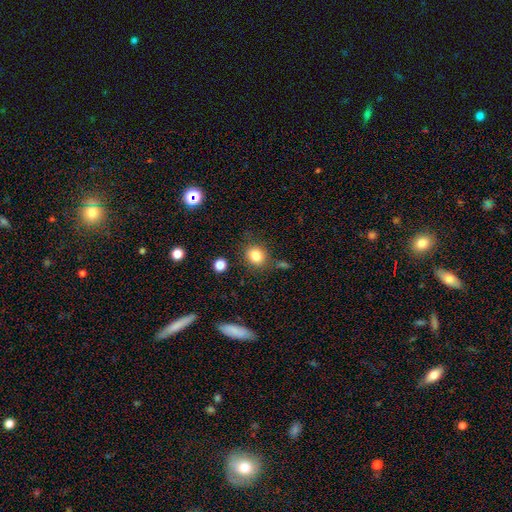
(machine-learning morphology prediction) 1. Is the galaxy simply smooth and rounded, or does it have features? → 83% smooth, 11% star or artifact, 7% featured or disk.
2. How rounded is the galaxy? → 77% round, 22% in between, 1% cigar-shaped.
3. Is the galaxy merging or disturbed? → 80% none, 11% minor disturbance, 5% merger, 4% major disturbance.